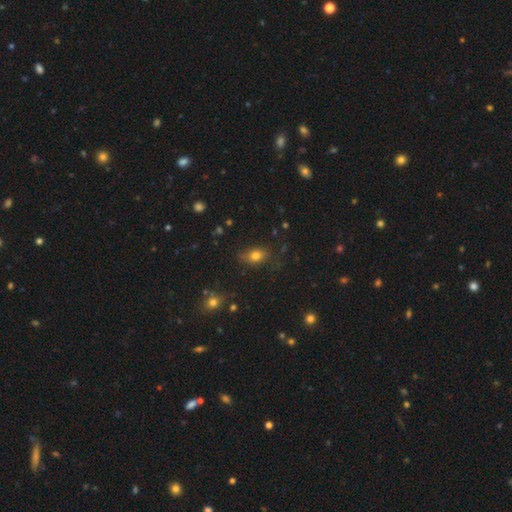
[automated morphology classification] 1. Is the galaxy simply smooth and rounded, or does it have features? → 77% smooth, 13% star or artifact, 10% featured or disk.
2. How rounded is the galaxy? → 74% in between, 23% round, 4% cigar-shaped.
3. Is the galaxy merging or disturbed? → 75% none, 18% minor disturbance, 5% major disturbance, 2% merger.